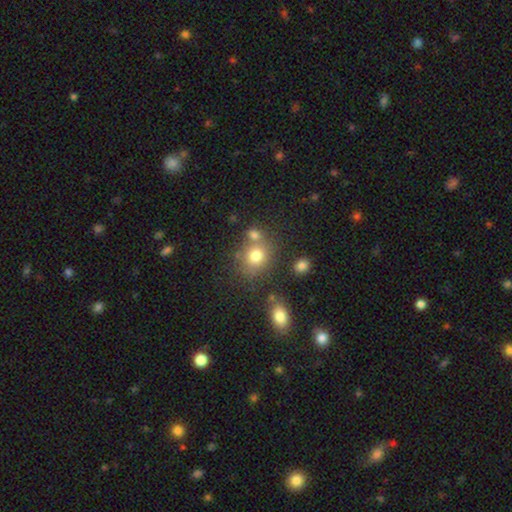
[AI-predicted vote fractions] smooth-or-featured: smooth: 76% | star or artifact: 14% | featured or disk: 10%
  how-rounded: round: 73% | in between: 26% | cigar-shaped: 1%
  merging: none: 59% | merger: 25% | minor disturbance: 12% | major disturbance: 5%